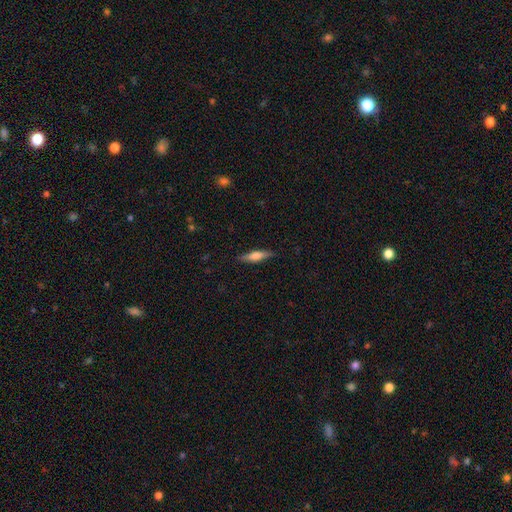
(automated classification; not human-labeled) This is possibly a smooth galaxy (53%). How rounded: likely cigar-shaped (71%). Merging: clearly none (85%).